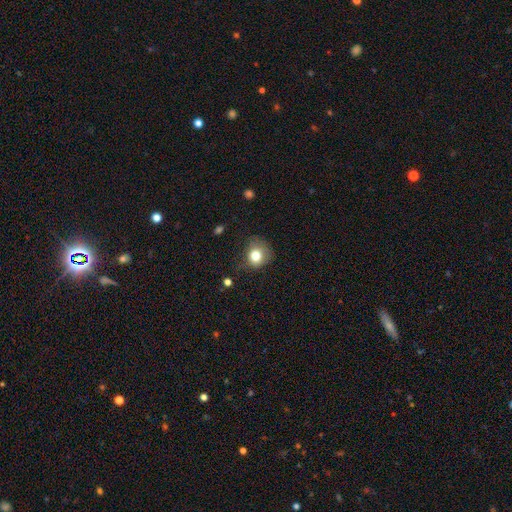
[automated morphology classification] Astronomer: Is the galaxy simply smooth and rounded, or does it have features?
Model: smooth — 78%.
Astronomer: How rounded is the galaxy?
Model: round — 75%.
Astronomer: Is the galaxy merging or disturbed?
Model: none — 57%.